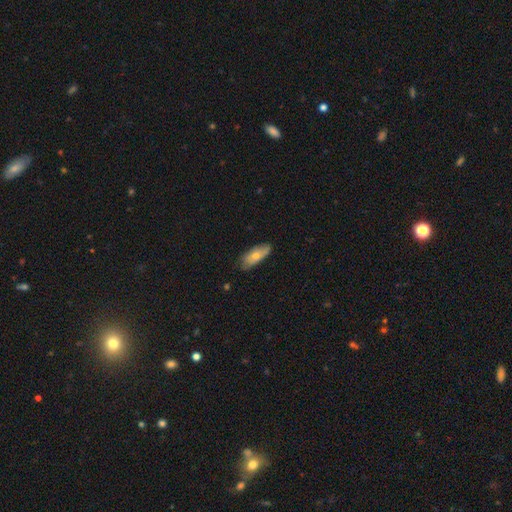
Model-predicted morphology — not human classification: A smooth galaxy with no disk features (69%) that is in between round and cigar-shaped (73%).

Vote fractions:
- Smooth or featured? smooth: 69% / featured or disk: 24% / star or artifact: 6%
- How rounded? in between: 73% / cigar-shaped: 24% / round: 2%
- Merging? none: 74% / minor disturbance: 21% / major disturbance: 3% / merger: 1%